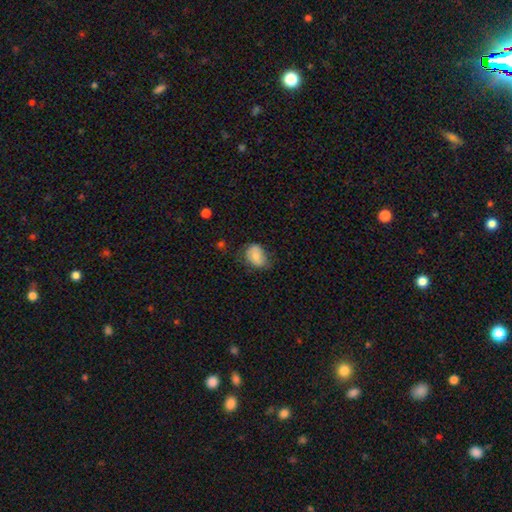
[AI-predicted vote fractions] A smooth galaxy with no disk features (74%) that is in between round and cigar-shaped (70%). Merging: none (54%).